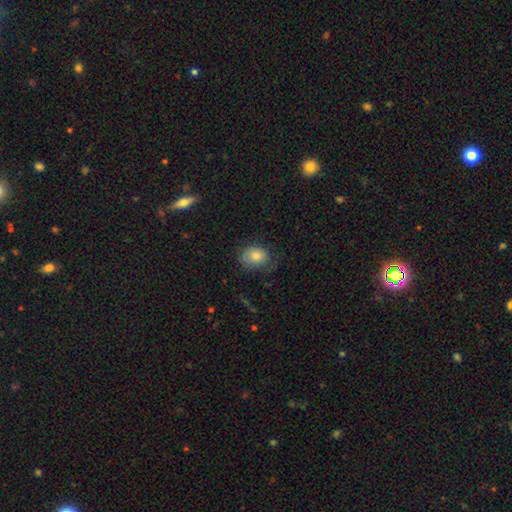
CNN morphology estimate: A smooth galaxy with no disk features (76%) that is in between round and cigar-shaped (52%).

Vote fractions:
- Smooth or featured? smooth: 76% / featured or disk: 15% / star or artifact: 9%
- How rounded? in between: 52% / round: 47% / cigar-shaped: 1%
- Merging? none: 64% / minor disturbance: 24% / major disturbance: 10% / merger: 1%